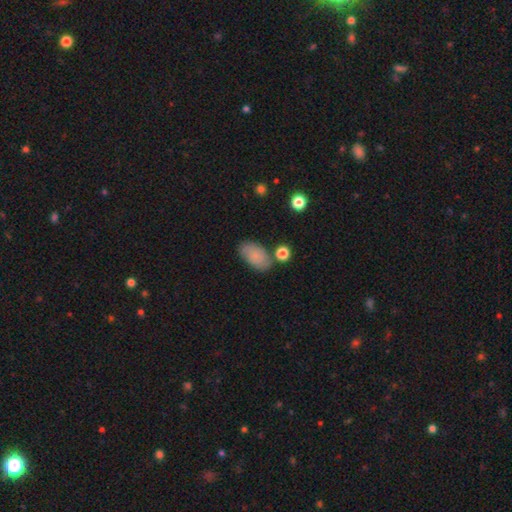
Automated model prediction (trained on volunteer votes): Smooth or featured?
  - smooth: 81% *
  - featured or disk: 11%
  - star or artifact: 8%
How rounded?
  - in between: 93% *
  - round: 5%
  - cigar-shaped: 2%
Merging?
  - none: 70% *
  - minor disturbance: 17%
  - merger: 8%
  - major disturbance: 5%